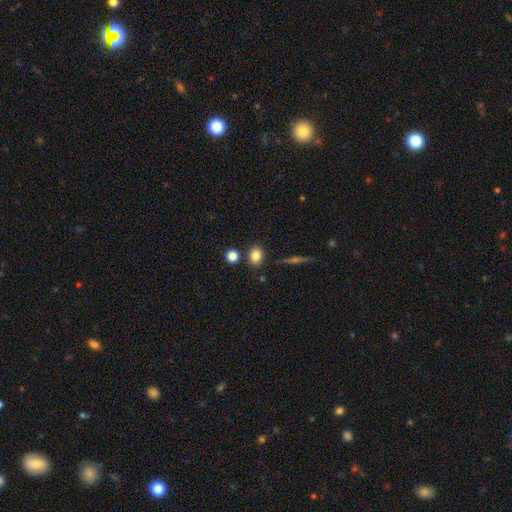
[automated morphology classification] Smooth or featured? smooth (83%)
How rounded? round (64%)
Merging? none (78%)